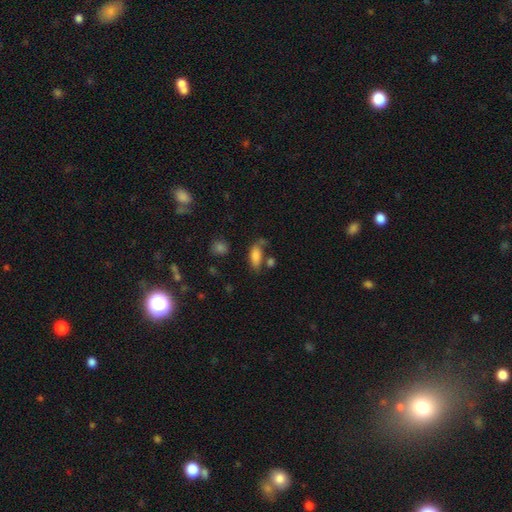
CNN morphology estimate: Smooth or featured? smooth (80%)
How rounded? in between (81%)
Merging? none (53%)